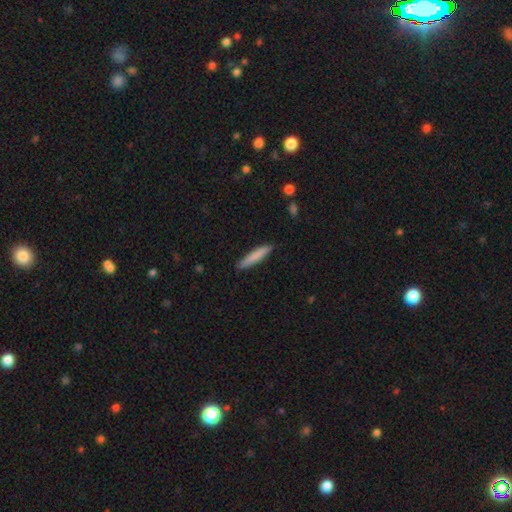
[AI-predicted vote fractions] smooth 80%, featured or disk 14%, star or artifact 5%. Down the decision tree: how rounded — cigar-shaped (91%); merging — none (88%).